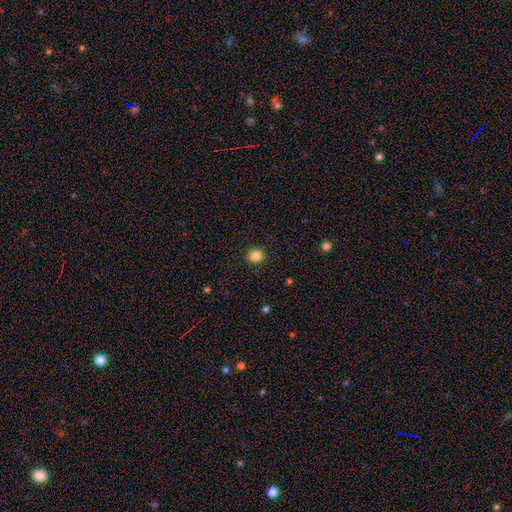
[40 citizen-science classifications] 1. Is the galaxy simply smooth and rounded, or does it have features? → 85% smooth, 12% star or artifact, 2% featured or disk.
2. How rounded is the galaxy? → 76% round, 24% in between, 0% cigar-shaped.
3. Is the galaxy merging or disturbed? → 94% none, 3% major disturbance, 3% merger, 0% minor disturbance.